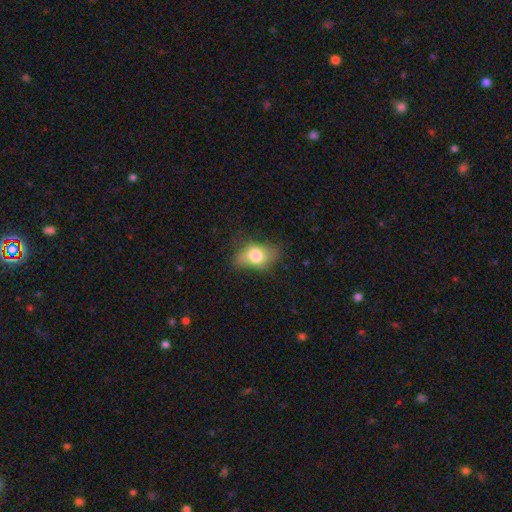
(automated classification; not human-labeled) smooth-or-featured: smooth: 71% | featured or disk: 20% | star or artifact: 9%
  how-rounded: in between: 80% | round: 16% | cigar-shaped: 3%
  merging: none: 56% | minor disturbance: 29% | major disturbance: 13% | merger: 2%